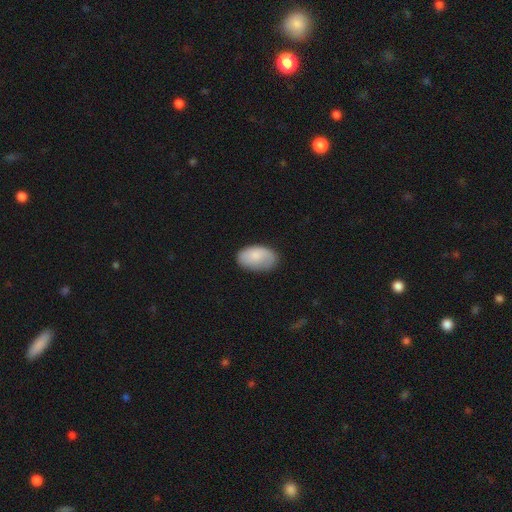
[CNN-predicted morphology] This is likely a smooth galaxy (78%). How rounded: clearly in between (93%). Merging: likely none (71%).